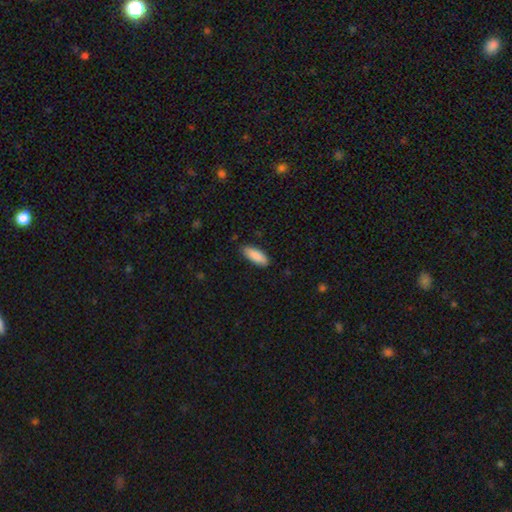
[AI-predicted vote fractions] Overall: smooth (90%). How rounded: in between (71%). Merging: none (85%).